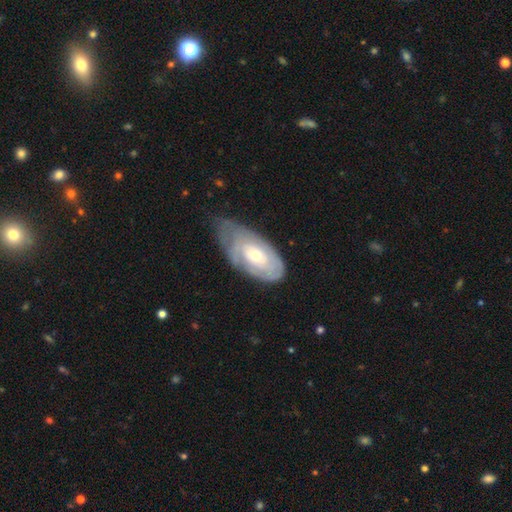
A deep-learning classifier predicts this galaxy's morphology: The model was most divided on "merging": none: 43%, minor disturbance: 37%, major disturbance: 18%, merger: 2%. More confident: edge-on disk — no (92%); bar — no (76%); spiral arms — yes (74%); smooth or featured — featured or disk (65%); bulge size — moderate (53%).